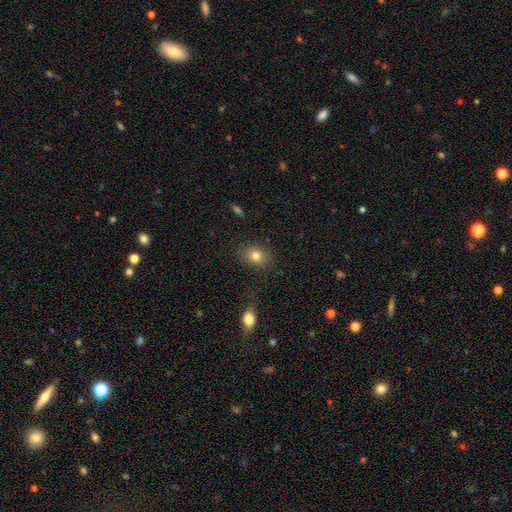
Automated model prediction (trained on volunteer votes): A smooth galaxy with no disk features (80%) that is in between round and cigar-shaped (54%). Merging: none (82%).